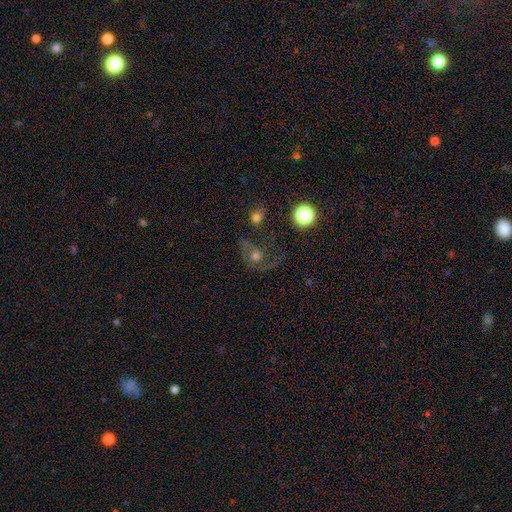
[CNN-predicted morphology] smooth_or_featured: featured or disk (p=0.47) [alt: smooth p=0.34]
merging: none (p=0.42) [alt: major disturbance p=0.30]